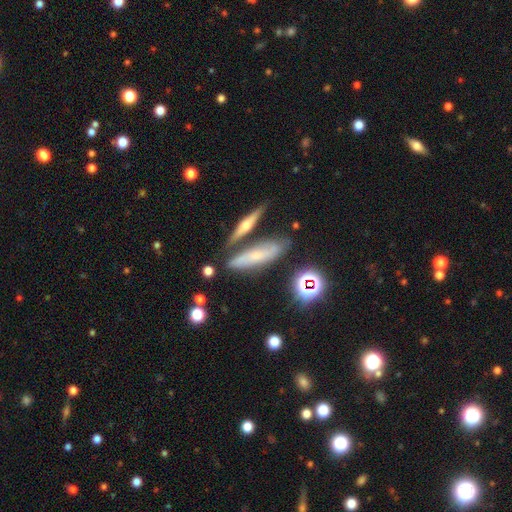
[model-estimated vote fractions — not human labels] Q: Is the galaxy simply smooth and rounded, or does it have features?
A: featured or disk — 43%, tied with smooth.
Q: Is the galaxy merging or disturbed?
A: none — 64%.